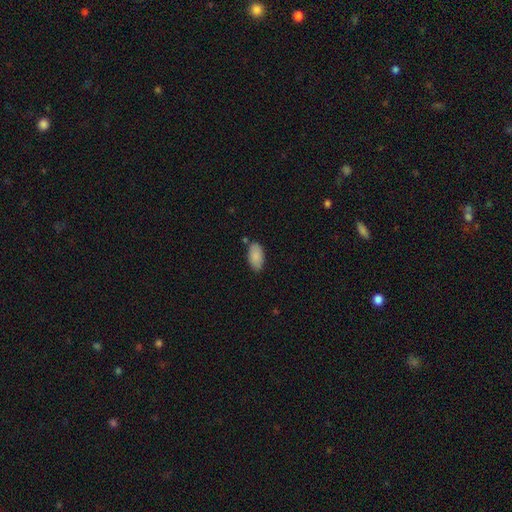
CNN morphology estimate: This is clearly a smooth galaxy (88%). How rounded: clearly in between (94%). Merging: likely none (77%).